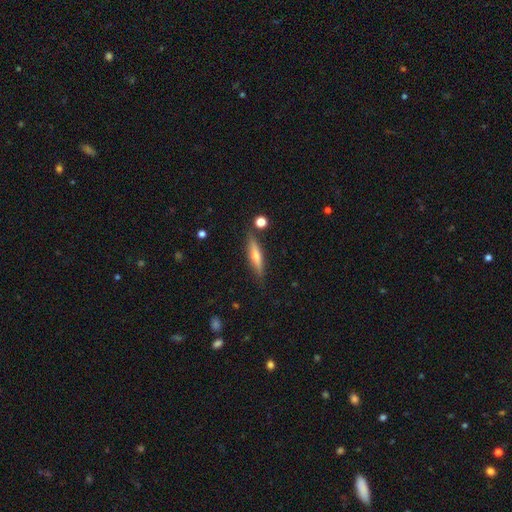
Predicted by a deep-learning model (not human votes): A featured or disk galaxy (58%) viewed edge-on (94%) with a rounded central bulge (86%).

Vote fractions:
- Smooth or featured? featured or disk: 58% / smooth: 35% / star or artifact: 7%
- Edge-on disk? yes: 94% / no: 6%
- Edge-on bulge? rounded: 86% / none: 9% / boxy: 5%
- Merging? none: 85% / minor disturbance: 10% / merger: 3% / major disturbance: 2%